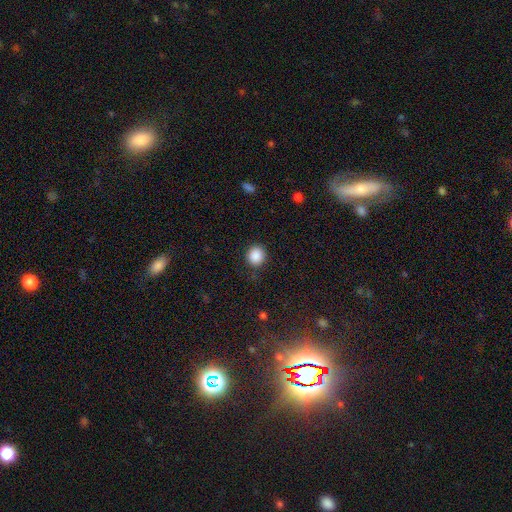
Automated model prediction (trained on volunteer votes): This appears to be a smooth galaxy with no disk features (88%) that is round (84%). Merging: none (86%).